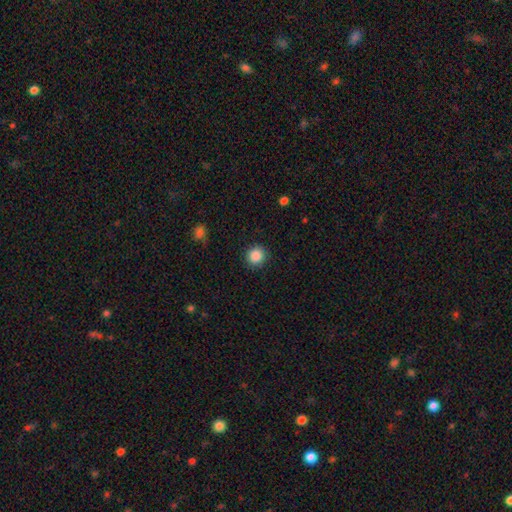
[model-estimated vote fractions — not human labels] Morphology: type=smooth (87%); roundness=round (92%); merging=none (90%).